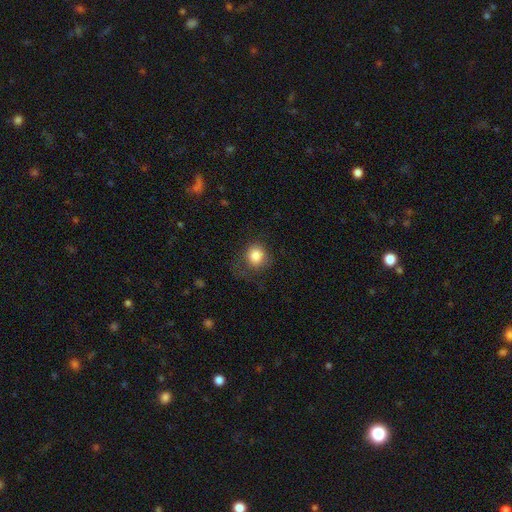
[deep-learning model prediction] Smooth or featured? smooth (83%)
How rounded? round (86%)
Merging? none (63%)